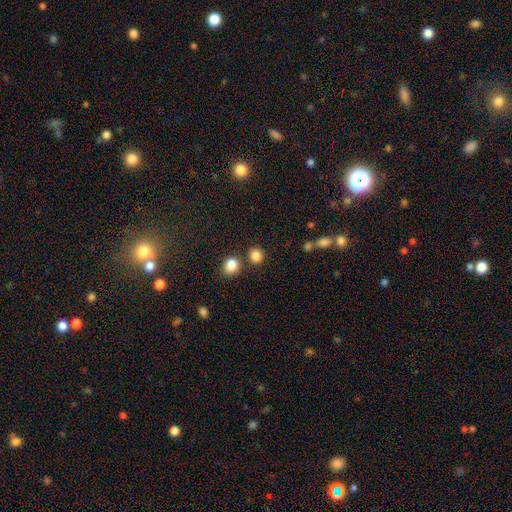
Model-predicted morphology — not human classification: This appears to be a smooth galaxy with no disk features (85%) that is round (78%). Merging: none (75%).